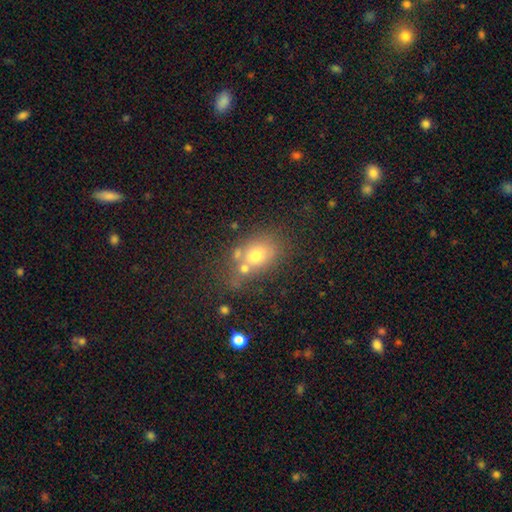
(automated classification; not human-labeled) smooth 68%, featured or disk 19%, star or artifact 13%. Down the decision tree: how rounded — in between (63%); merging — none (45%).